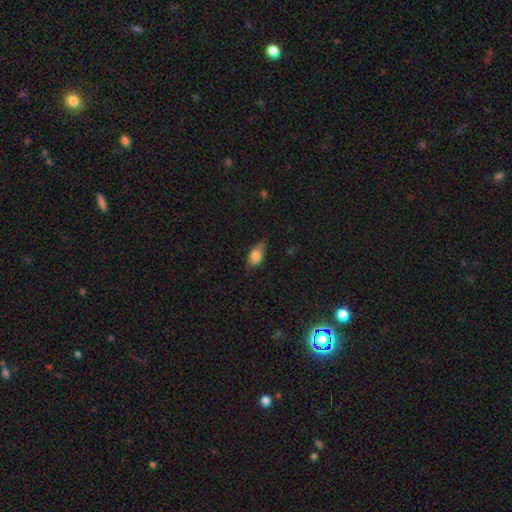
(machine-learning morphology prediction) A smooth galaxy with no disk features (79%) that is in between round and cigar-shaped (87%).

Vote fractions:
- Smooth or featured? smooth: 79% / featured or disk: 13% / star or artifact: 8%
- How rounded? in between: 87% / round: 8% / cigar-shaped: 5%
- Merging? none: 68% / minor disturbance: 26% / major disturbance: 5% / merger: 1%